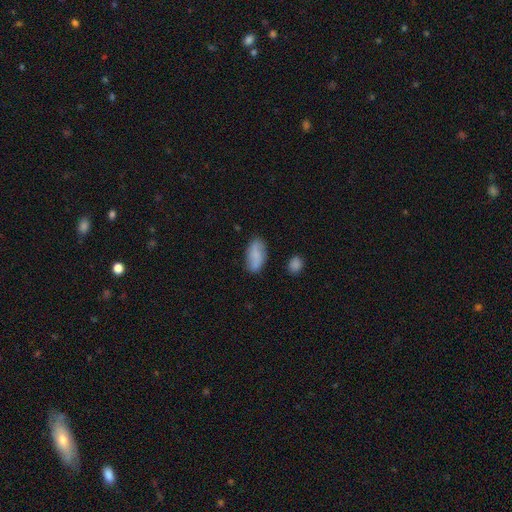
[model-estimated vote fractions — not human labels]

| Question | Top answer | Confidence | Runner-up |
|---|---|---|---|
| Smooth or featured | smooth | 76% | featured or disk (17%) |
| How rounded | in between | 91% | cigar-shaped (6%) |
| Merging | none | 79% | minor disturbance (15%) |